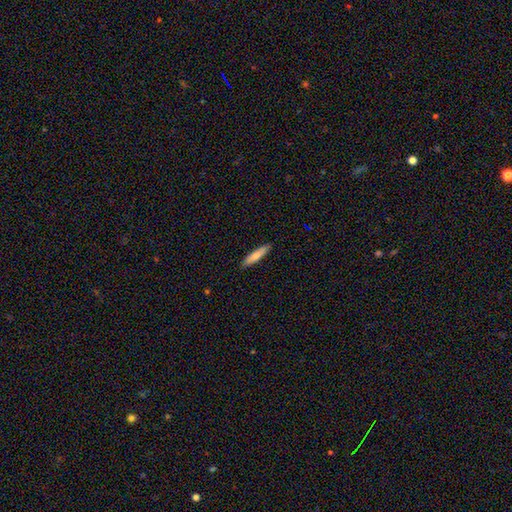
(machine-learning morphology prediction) Q: Smooth or featured?
A: smooth (78%); runner-up: featured or disk (17%)
Q: How rounded?
A: cigar-shaped (85%); runner-up: in between (14%)
Q: Merging?
A: none (90%); runner-up: minor disturbance (8%)